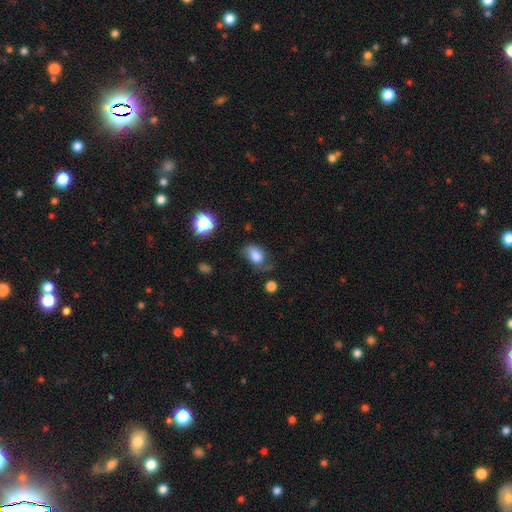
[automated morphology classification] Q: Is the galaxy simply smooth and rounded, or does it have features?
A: smooth — 68%.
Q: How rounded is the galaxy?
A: in between — 77%.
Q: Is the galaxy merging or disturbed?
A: none — 44%.